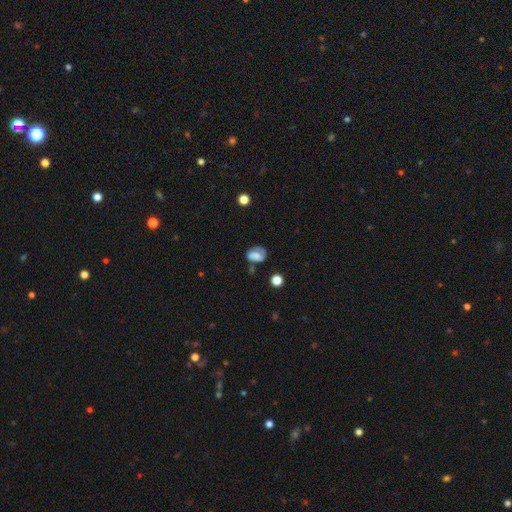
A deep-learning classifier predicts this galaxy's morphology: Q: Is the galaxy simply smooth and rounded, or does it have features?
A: smooth — 47%.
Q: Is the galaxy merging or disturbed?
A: none — 51%.